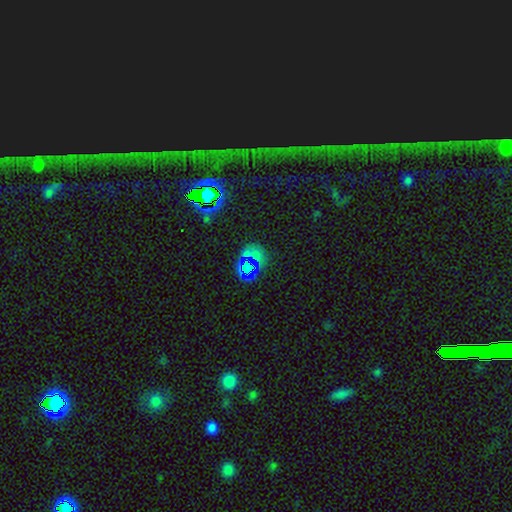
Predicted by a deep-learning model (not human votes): Q: Smooth or featured?
A: star or artifact (50%); runner-up: smooth (38%)